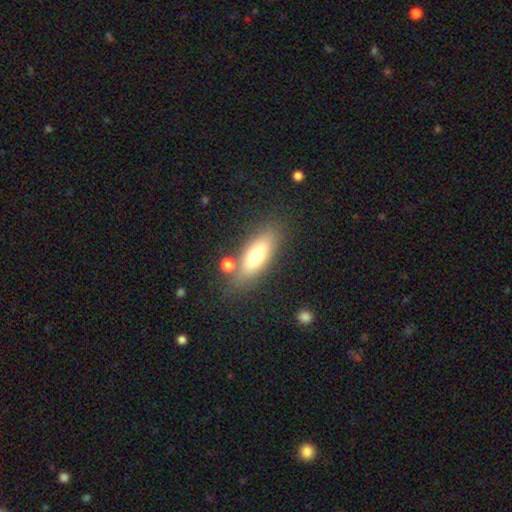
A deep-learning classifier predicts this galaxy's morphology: type=smooth (69%); roundness=in between (60%); merging=none (78%).